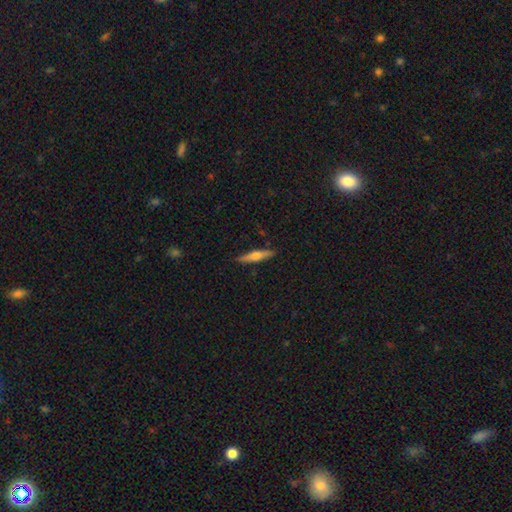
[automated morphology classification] A featured or disk galaxy (48%). Merging: none (90%).